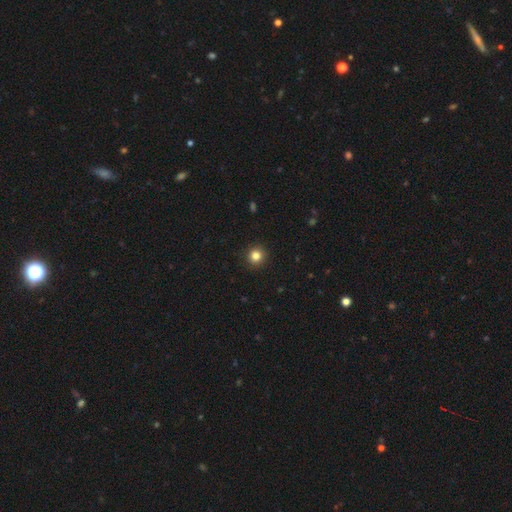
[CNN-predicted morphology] smooth-or-featured: smooth: 83% | star or artifact: 12% | featured or disk: 5%
  how-rounded: round: 94% | in between: 5% | cigar-shaped: 1%
  merging: none: 93% | minor disturbance: 5% | major disturbance: 2% | merger: 1%